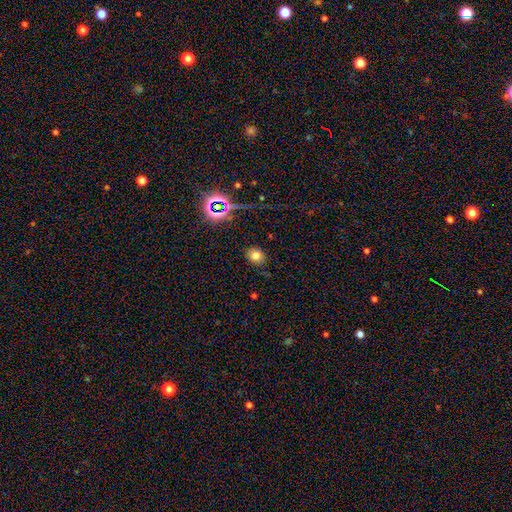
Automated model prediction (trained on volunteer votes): This is likely a smooth galaxy (74%). How rounded: possibly round (59%). Merging: clearly none (84%).